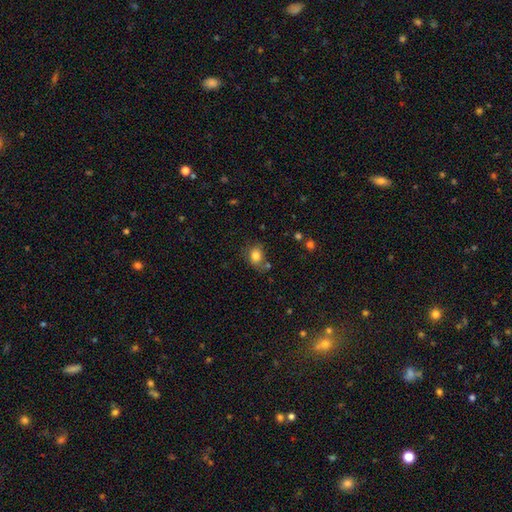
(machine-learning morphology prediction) This is clearly a smooth galaxy (82%). How rounded: possibly round (55%). Merging: likely none (63%).